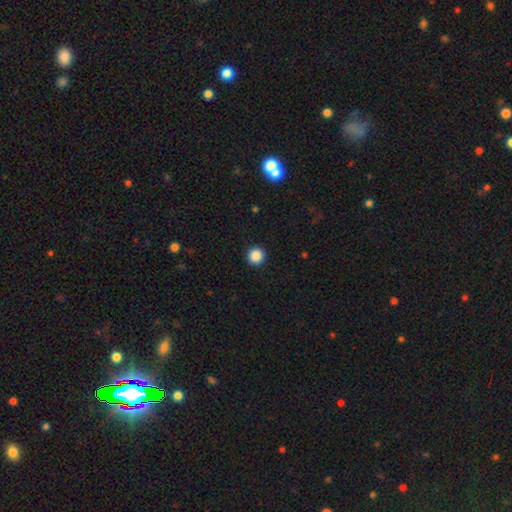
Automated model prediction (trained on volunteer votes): This is clearly a smooth galaxy (88%). How rounded: clearly round (96%). Merging: clearly none (93%).